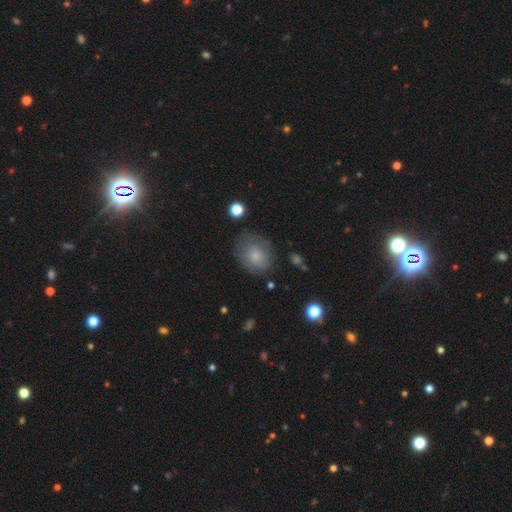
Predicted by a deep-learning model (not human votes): Smooth or featured? Predicted: smooth (p=0.78). How rounded? Predicted: round (p=0.52). Merging? Predicted: none (p=0.68).